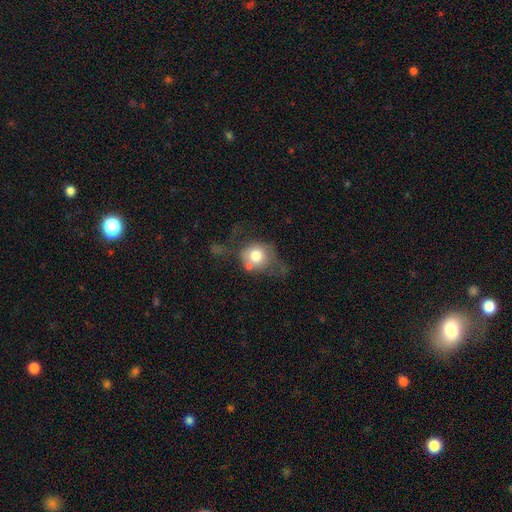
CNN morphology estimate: This is likely a smooth galaxy (69%). How rounded: likely round (74%). Merging: marginally none (35%).